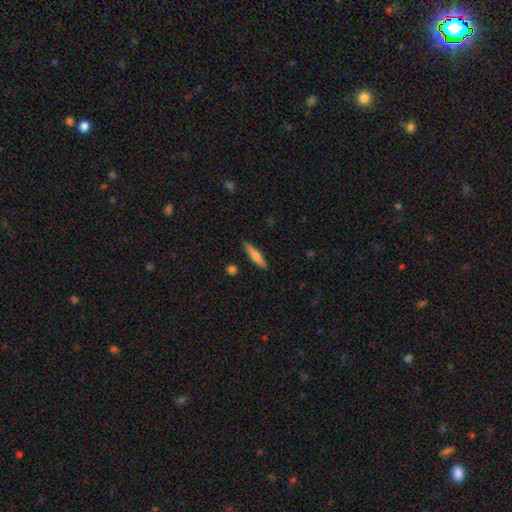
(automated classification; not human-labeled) Smooth or featured? Predicted: smooth (p=0.66). How rounded? Predicted: cigar-shaped (p=0.86). Merging? Predicted: none (p=0.88).